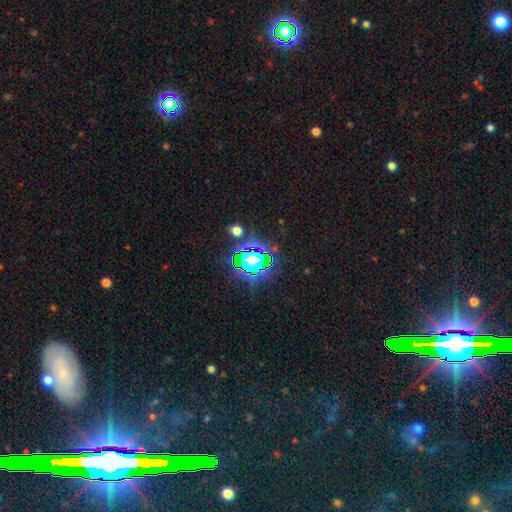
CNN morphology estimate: A star or artifact, not a galaxy (73%).

Vote fractions:
- Smooth or featured? star or artifact: 73% / smooth: 16% / featured or disk: 10%